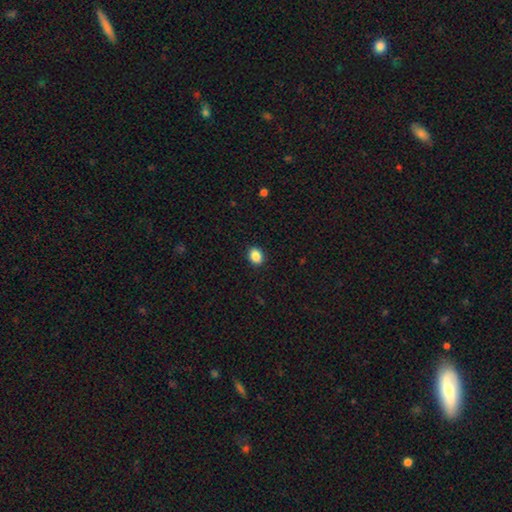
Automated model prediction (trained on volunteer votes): This appears to be a smooth galaxy with no disk features (88%) that is in between round and cigar-shaped (56%). Merging: none (91%).